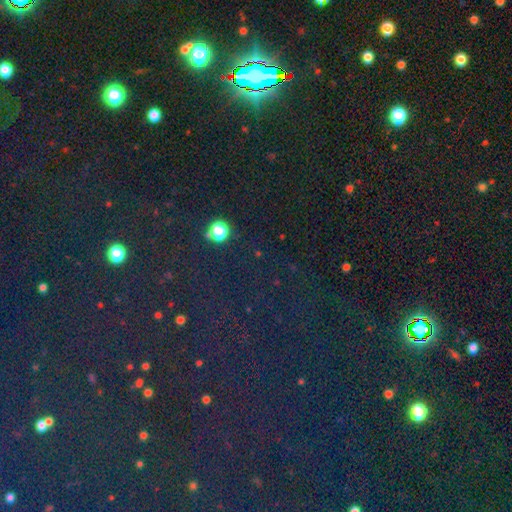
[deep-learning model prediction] Q: Smooth or featured?
A: star or artifact (82%); runner-up: smooth (11%)